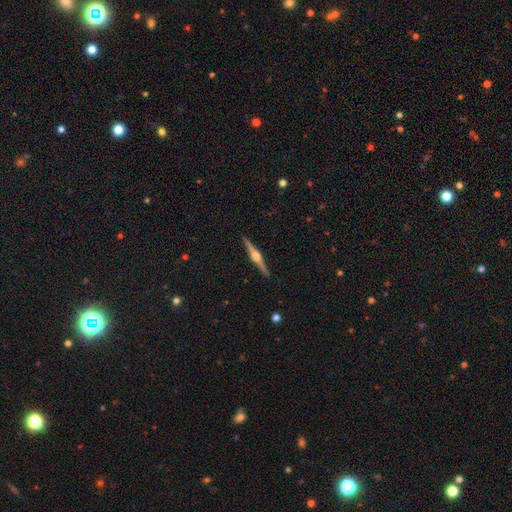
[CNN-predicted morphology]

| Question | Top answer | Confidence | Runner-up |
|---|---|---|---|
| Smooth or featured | featured or disk | 86% | smooth (9%) |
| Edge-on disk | yes | 99% | no (1%) |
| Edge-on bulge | rounded | 94% | boxy (4%) |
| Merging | none | 92% | minor disturbance (6%) |